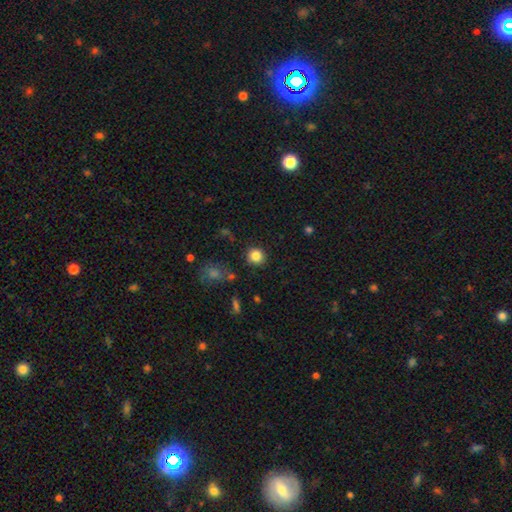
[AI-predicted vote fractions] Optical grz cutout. It shows a smooth galaxy with no disk features (84%) that is round (91%). Merging: none (89%).